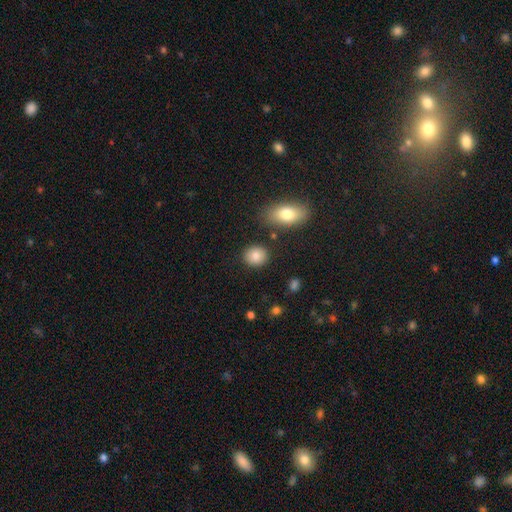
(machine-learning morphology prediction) Smooth or featured: smooth — 85% (star or artifact — 8%)
How rounded: round — 73% (in between — 26%)
Merging: none — 86% (minor disturbance — 8%)